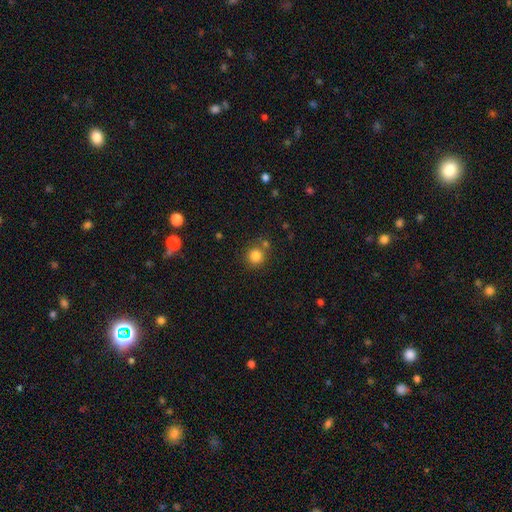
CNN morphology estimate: smooth_or_featured: smooth (p=0.83) [alt: star or artifact p=0.12]
how_rounded: round (p=0.91) [alt: in between p=0.08]
merging: none (p=0.73) [alt: merger p=0.14]